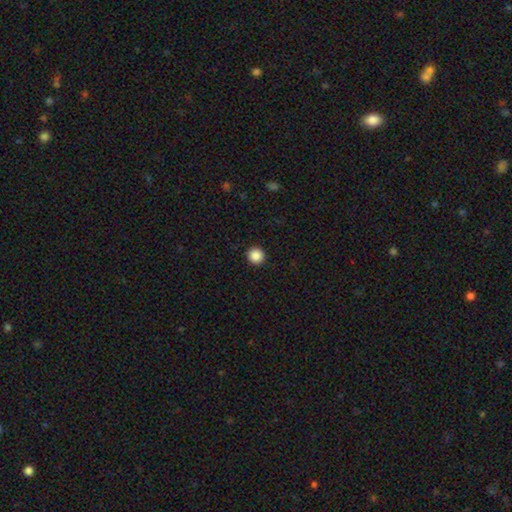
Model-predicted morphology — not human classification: type=smooth (88%); roundness=round (96%); merging=none (94%).